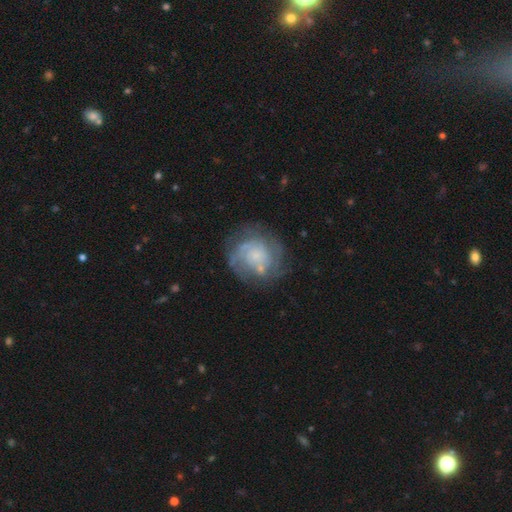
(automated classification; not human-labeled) This is likely a featured or disk galaxy (68%). It is clearly not viewed edge-on (98%). Bar: likely no (78%). Spiral arm pattern: likely yes (76%). Spiral arm count: marginally can't tell (44%). Spiral winding: possibly tight (54%). Central bulge: possibly small (56%). Merging: likely none (63%).